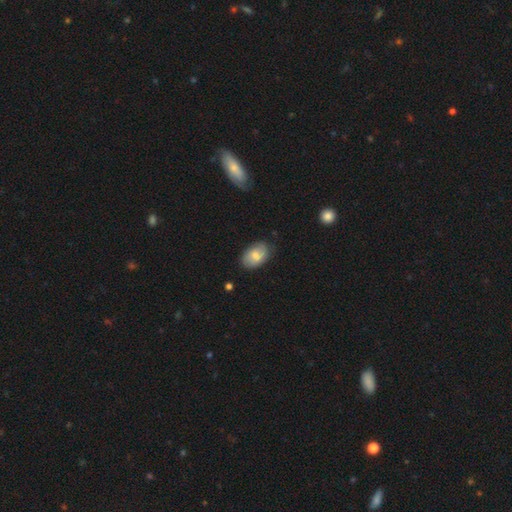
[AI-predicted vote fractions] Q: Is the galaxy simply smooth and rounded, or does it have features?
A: smooth — 69%.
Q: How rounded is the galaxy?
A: in between — 88%.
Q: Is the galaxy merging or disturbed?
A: none — 77%.